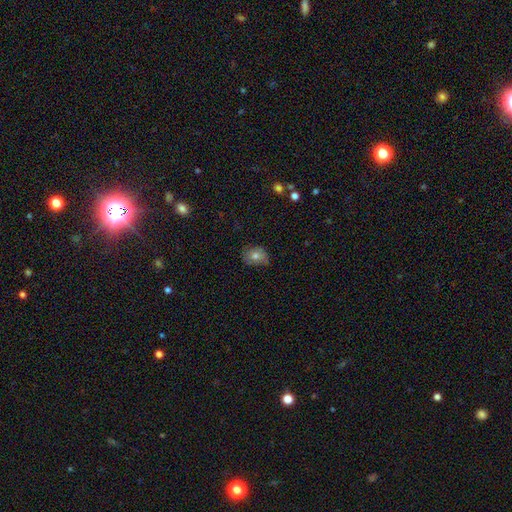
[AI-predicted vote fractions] A smooth galaxy with no disk features (72%) that is in between round and cigar-shaped (54%).

Vote fractions:
- Smooth or featured? smooth: 72% / featured or disk: 19% / star or artifact: 9%
- How rounded? in between: 54% / round: 45% / cigar-shaped: 1%
- Merging? none: 66% / minor disturbance: 27% / major disturbance: 6% / merger: 1%